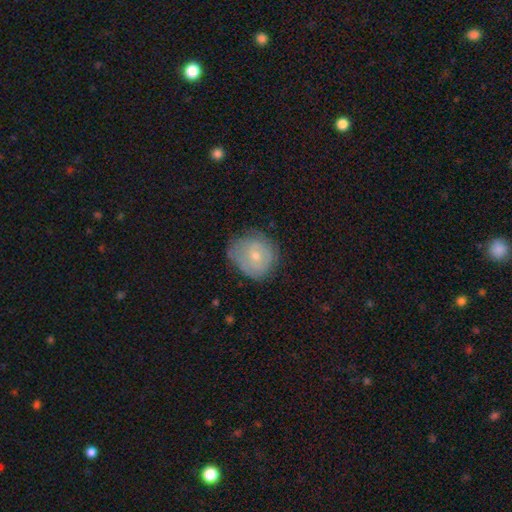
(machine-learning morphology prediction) smooth_or_featured: smooth (p=0.56) [alt: featured or disk p=0.36]
how_rounded: round (p=0.77) [alt: in between p=0.22]
merging: none (p=0.56) [alt: minor disturbance p=0.31]